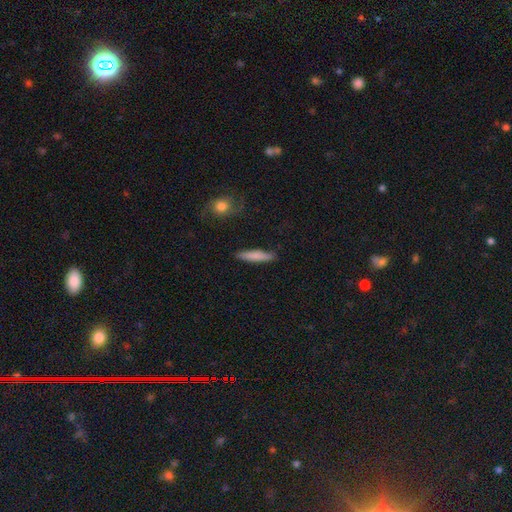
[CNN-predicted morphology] Overall: smooth (78%). How rounded: cigar-shaped (88%). Merging: none (88%).